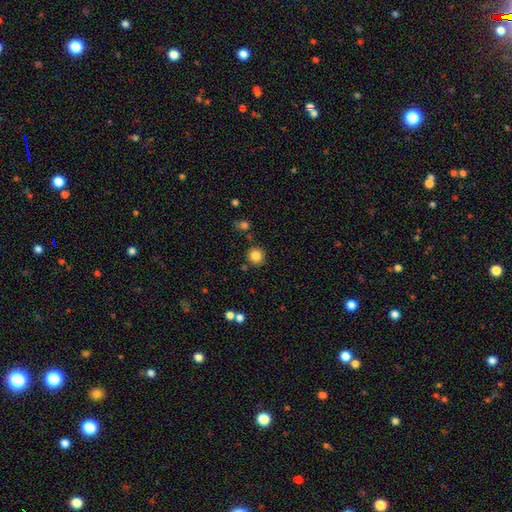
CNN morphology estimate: smooth 84%, star or artifact 11%, featured or disk 5%. Down the decision tree: how rounded — round (93%); merging — none (85%).